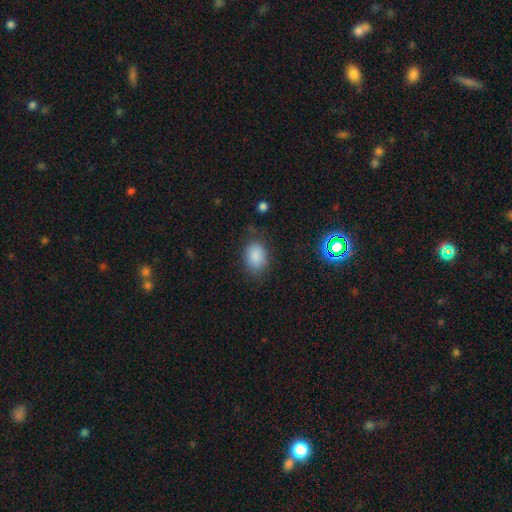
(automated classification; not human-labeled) smooth_or_featured: smooth (p=0.87) [alt: star or artifact p=0.09]
how_rounded: in between (p=0.72) [alt: round p=0.27]
merging: none (p=0.76) [alt: minor disturbance p=0.17]